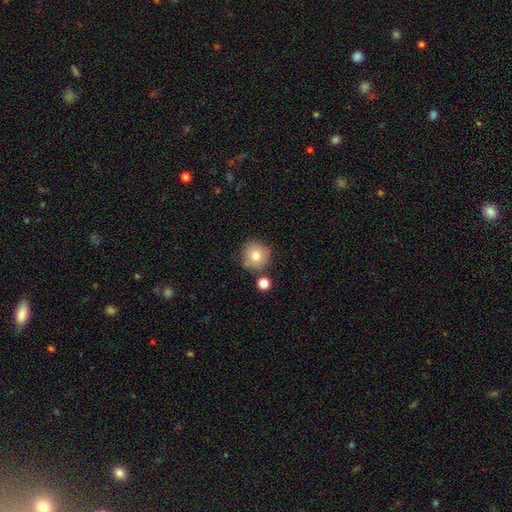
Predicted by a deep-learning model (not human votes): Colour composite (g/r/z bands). It shows a smooth galaxy with no disk features (79%) that is round (95%). Merging: none (80%).